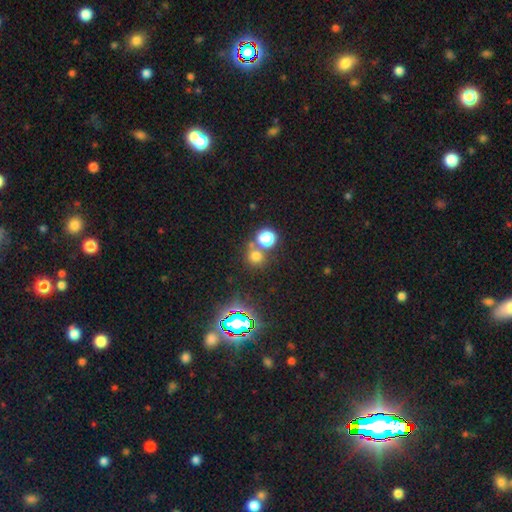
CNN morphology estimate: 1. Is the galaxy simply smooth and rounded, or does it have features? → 67% smooth, 26% star or artifact, 7% featured or disk.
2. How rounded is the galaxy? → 89% round, 10% in between, 1% cigar-shaped.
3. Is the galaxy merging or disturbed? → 62% none, 28% merger, 7% minor disturbance, 4% major disturbance.